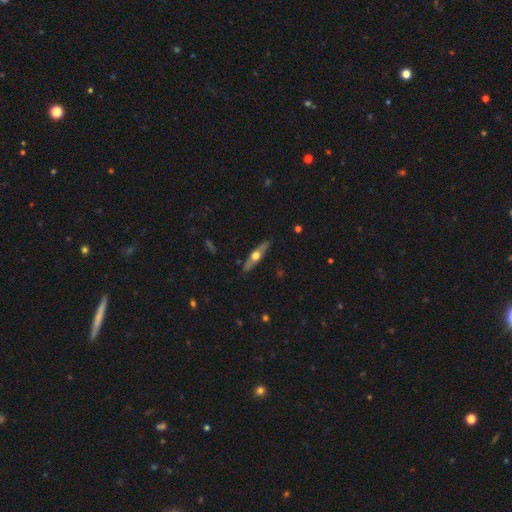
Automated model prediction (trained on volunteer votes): This is likely a featured or disk galaxy (61%). It is clearly viewed edge-on (91%). Edge-on bulge: clearly rounded (94%). Merging: clearly none (87%).